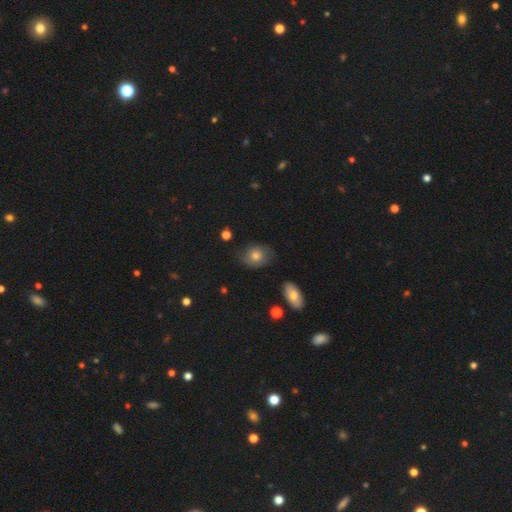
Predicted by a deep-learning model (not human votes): Morphology: type=smooth (61%); roundness=in between (62%); merging=none (67%).